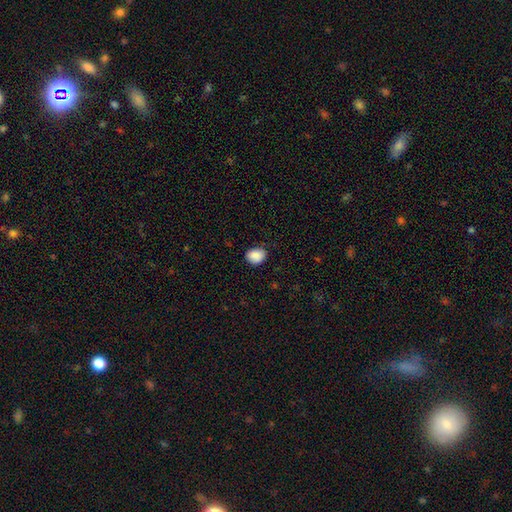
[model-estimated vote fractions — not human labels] Overall: smooth (89%). How rounded: round (50%; in between 49%). Merging: none (79%).